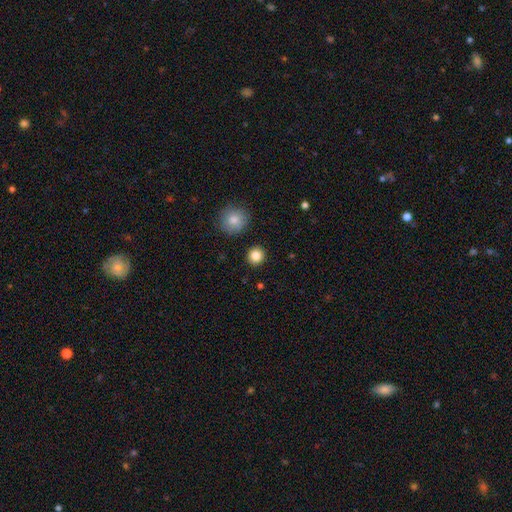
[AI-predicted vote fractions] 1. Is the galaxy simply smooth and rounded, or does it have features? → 84% smooth, 11% star or artifact, 5% featured or disk.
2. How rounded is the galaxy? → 93% round, 6% in between, 1% cigar-shaped.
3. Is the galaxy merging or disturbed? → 91% none, 5% minor disturbance, 2% merger, 2% major disturbance.